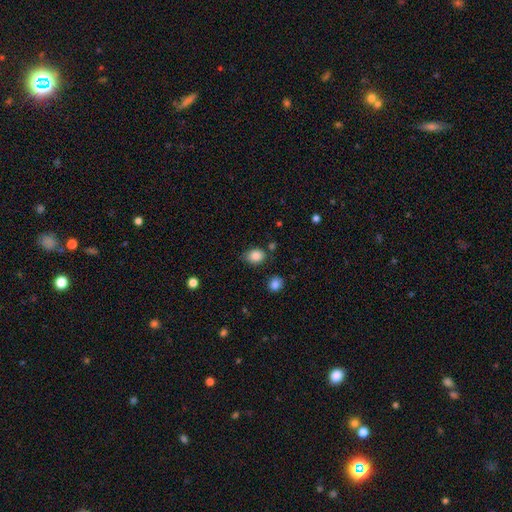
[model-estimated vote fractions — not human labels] This appears to be a smooth galaxy with no disk features (86%) that is in between round and cigar-shaped (55%). Merging: none (72%).